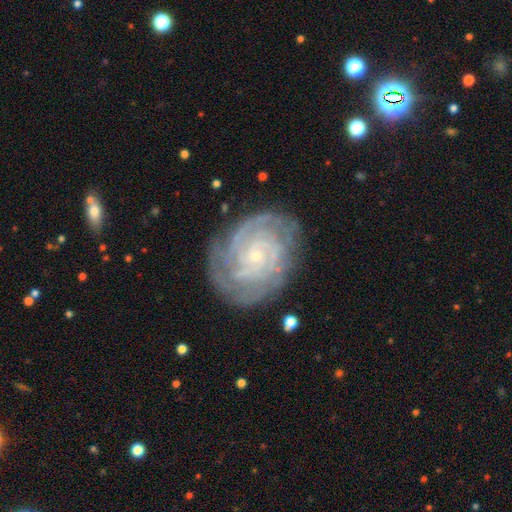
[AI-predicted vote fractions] Overall: featured or disk (87%). Edge-on disk: no (97%). Bar: no (76%). Spiral arms: yes (97%). Spiral arm count: can't tell (26%; 4 24%). Spiral winding: tight (78%). Bulge size: small (87%). Merging: none (79%).